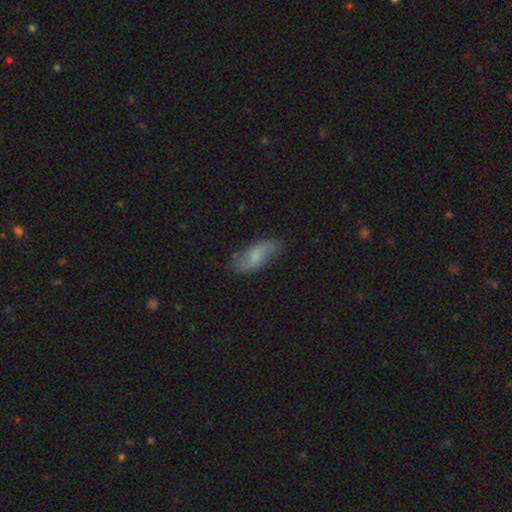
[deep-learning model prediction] Overall: smooth (54%; featured or disk 38%). How rounded: in between (82%). Merging: none (74%).